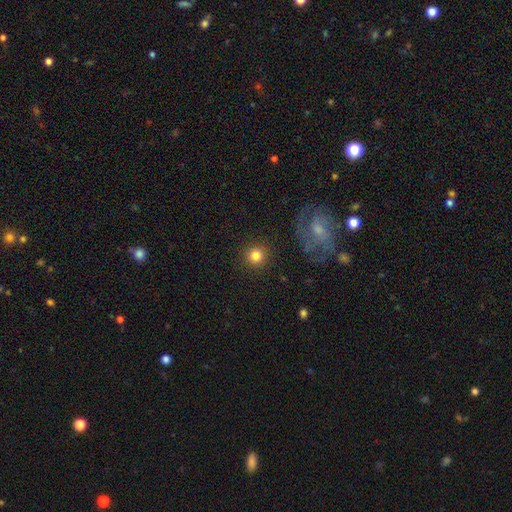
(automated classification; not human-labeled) Smooth or featured?
  - smooth: 83% *
  - star or artifact: 11%
  - featured or disk: 7%
How rounded?
  - round: 94% *
  - in between: 5%
  - cigar-shaped: 1%
Merging?
  - none: 90% *
  - minor disturbance: 5%
  - major disturbance: 2%
  - merger: 2%